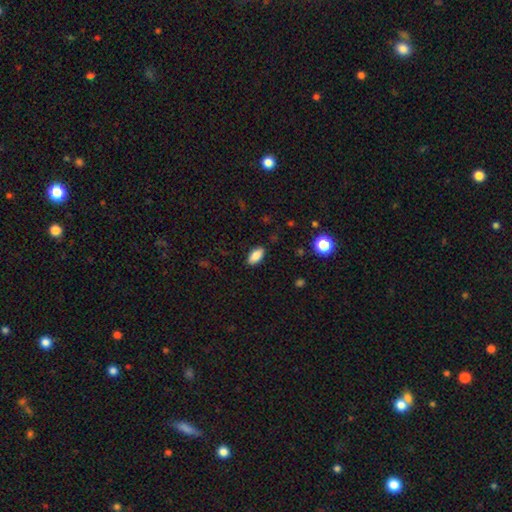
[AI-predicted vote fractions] The model was most divided on "merging": none: 87%, minor disturbance: 9%, major disturbance: 2%, merger: 1%. More confident: how rounded — in between (89%); smooth or featured — smooth (86%).